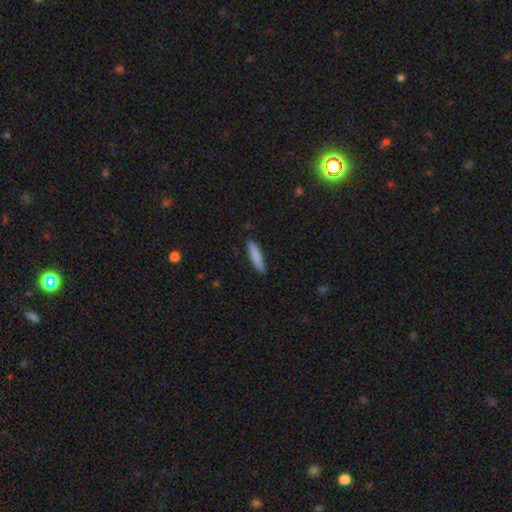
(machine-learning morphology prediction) Smooth or featured? smooth (83%)
How rounded? cigar-shaped (88%)
Merging? none (88%)